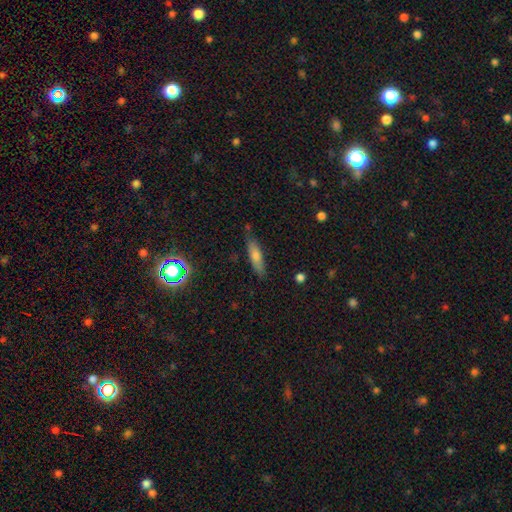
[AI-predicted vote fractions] smooth-or-featured: smooth: 72% | featured or disk: 20% | star or artifact: 8%
  how-rounded: cigar-shaped: 71% | in between: 27% | round: 2%
  merging: none: 76% | minor disturbance: 17% | major disturbance: 4% | merger: 3%